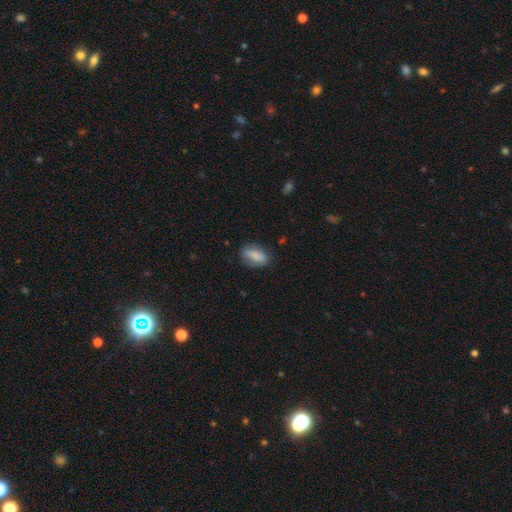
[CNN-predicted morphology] This is clearly a smooth galaxy (81%). How rounded: clearly in between (86%). Merging: likely none (72%).